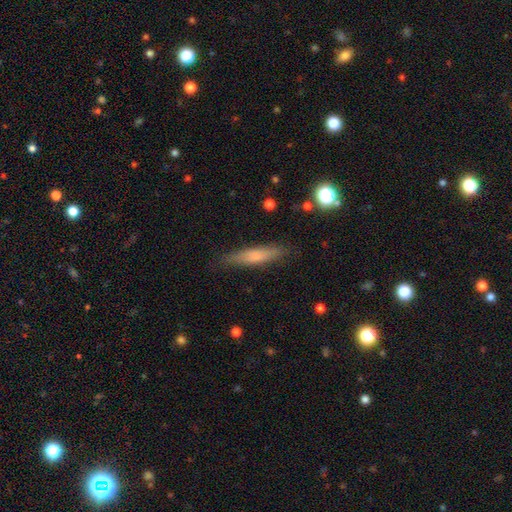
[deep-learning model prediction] A smooth galaxy with no disk features (67%) that is cigar-shaped (84%). Merging: none (84%).